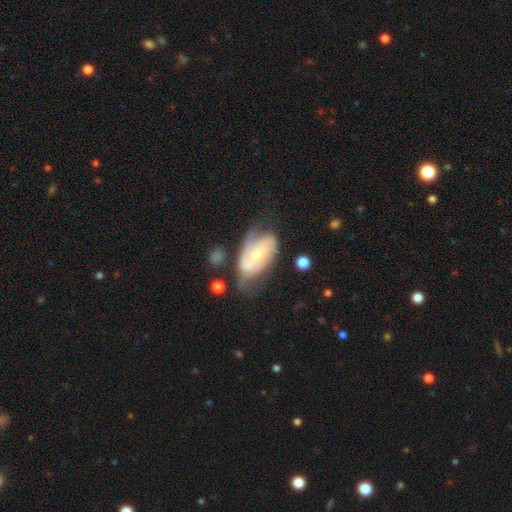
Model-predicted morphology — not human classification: This is likely a featured or disk galaxy (73%). It is clearly not viewed edge-on (94%). Bar: marginally weak (40%). Spiral arm pattern: clearly yes (88%). Spiral arm count: likely 2 (65%). Spiral winding: marginally medium (43%). Central bulge: possibly small (52%). Merging: possibly none (48%).